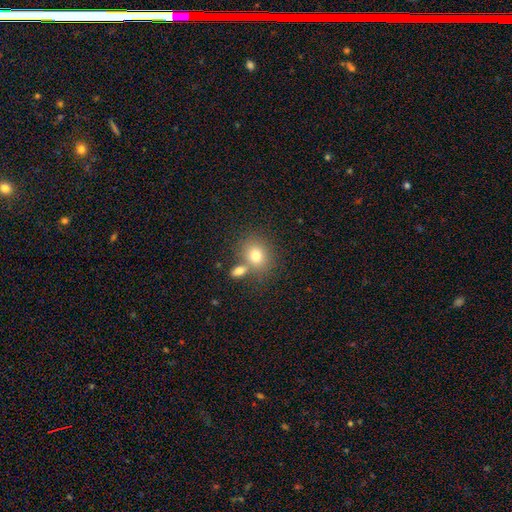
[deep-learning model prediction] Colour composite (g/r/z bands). It shows a smooth galaxy with no disk features (76%) that is round (58%). Merging: none (58%).